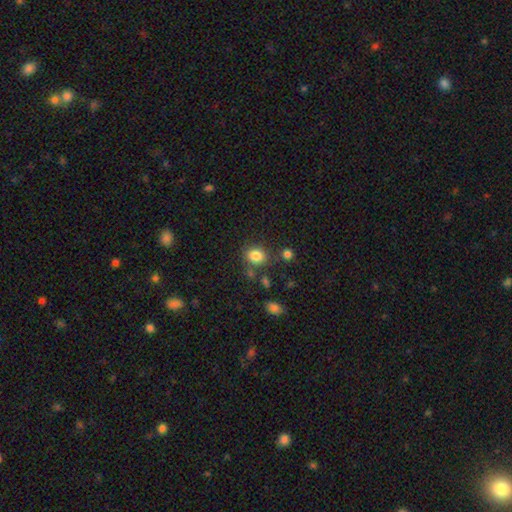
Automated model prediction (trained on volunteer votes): Smooth or featured? Predicted: smooth (p=0.83). How rounded? Predicted: round (p=0.59). Merging? Predicted: none (p=0.71).